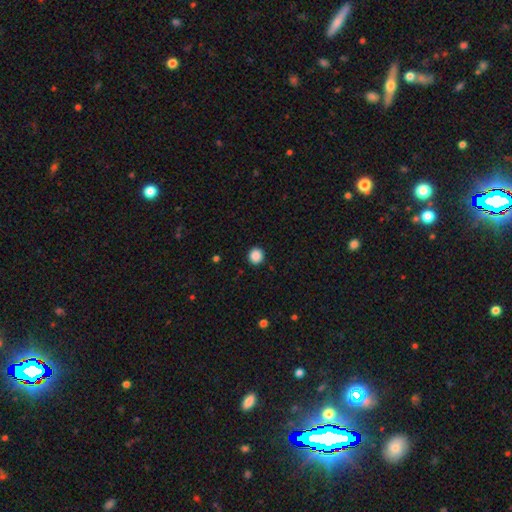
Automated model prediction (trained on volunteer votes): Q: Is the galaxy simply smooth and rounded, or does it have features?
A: smooth — 88%.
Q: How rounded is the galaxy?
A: round — 93%.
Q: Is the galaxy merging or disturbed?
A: none — 92%.